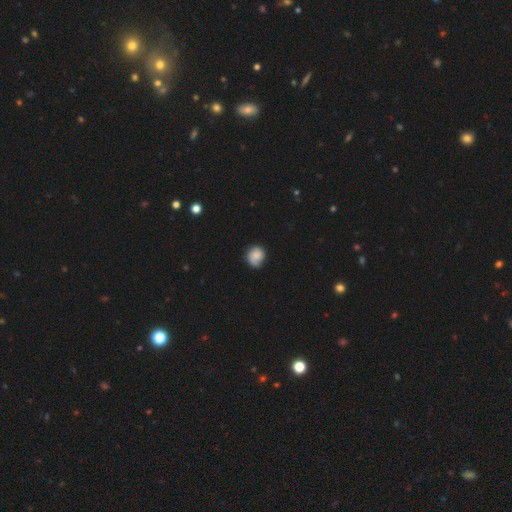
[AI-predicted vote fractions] A smooth galaxy with no disk features (79%) that is round (77%). Merging: none (68%).